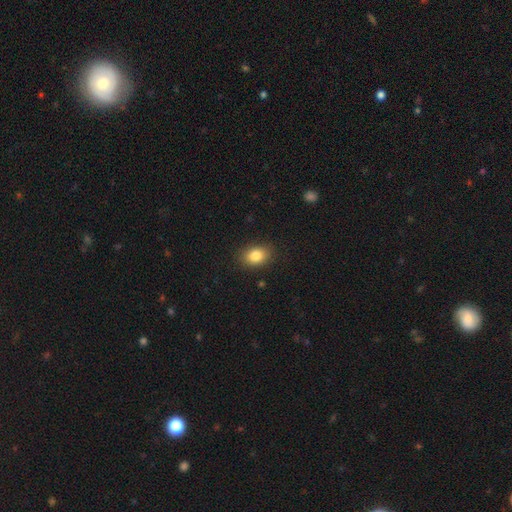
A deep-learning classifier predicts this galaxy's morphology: Smooth or featured? smooth (84%)
How rounded? in between (75%)
Merging? none (87%)